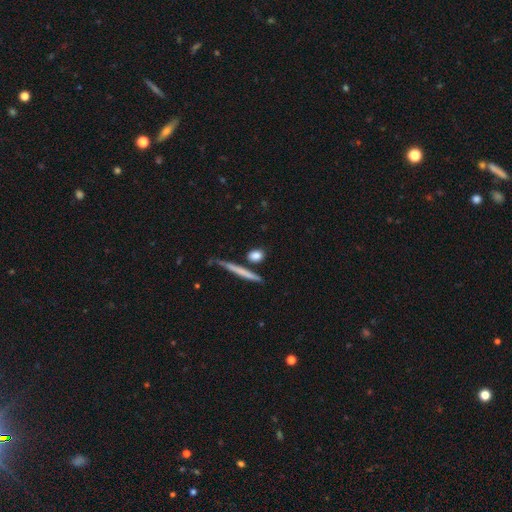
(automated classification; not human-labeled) Smooth or featured: smooth — 80% (featured or disk — 13%)
How rounded: round — 41% (cigar-shaped — 32%)
Merging: none — 77% (minor disturbance — 11%)